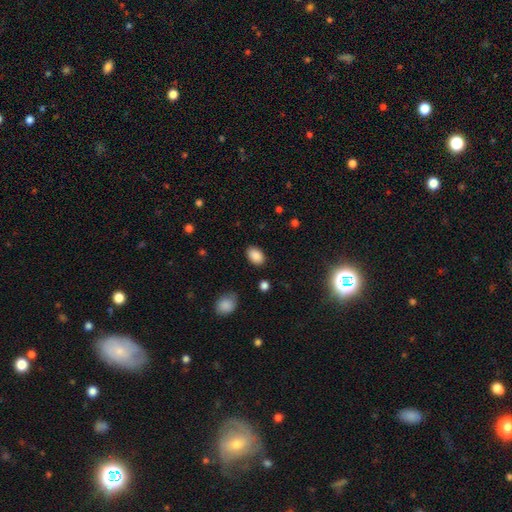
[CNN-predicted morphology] A smooth galaxy with no disk features (88%) that is in between round and cigar-shaped (85%).

Vote fractions:
- Smooth or featured? smooth: 88% / star or artifact: 9% / featured or disk: 3%
- How rounded? in between: 85% / round: 13% / cigar-shaped: 1%
- Merging? none: 85% / minor disturbance: 11% / major disturbance: 3% / merger: 1%